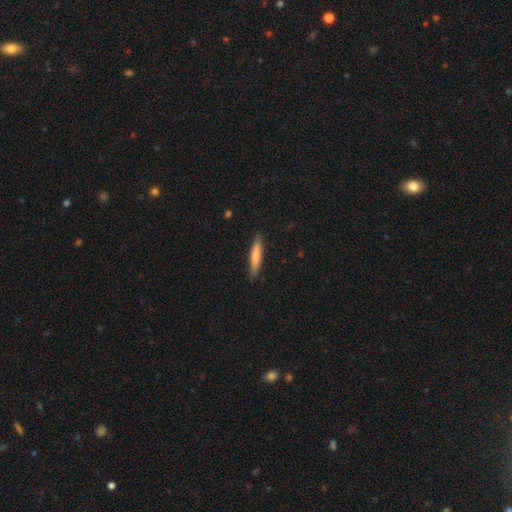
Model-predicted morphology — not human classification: Smooth or featured? Predicted: smooth (p=0.72). How rounded? Predicted: cigar-shaped (p=0.89). Merging? Predicted: none (p=0.88).